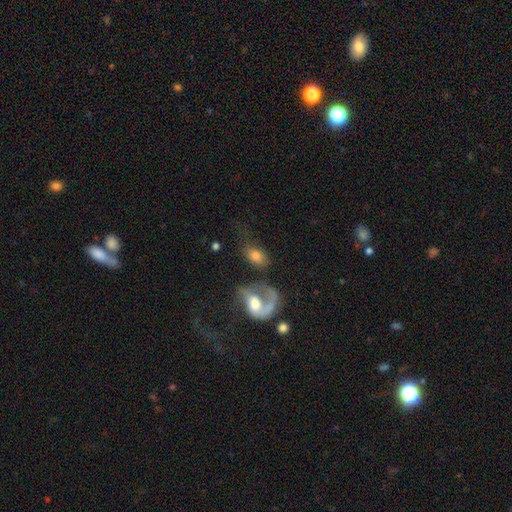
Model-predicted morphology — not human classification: smooth_or_featured: smooth (p=0.61) [alt: featured or disk p=0.30]
how_rounded: in between (p=0.80) [alt: round p=0.18]
merging: none (p=0.42) [alt: major disturbance p=0.21]